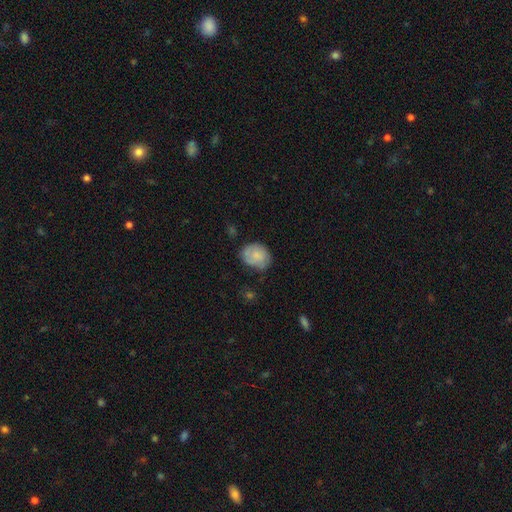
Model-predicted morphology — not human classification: This is likely a smooth galaxy (74%). How rounded: possibly in between (51%). Merging: possibly none (60%).